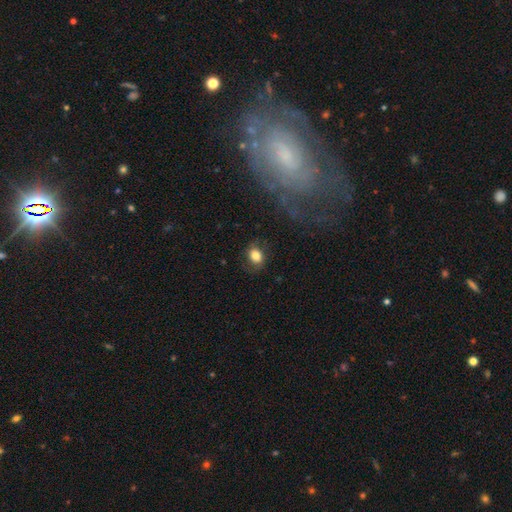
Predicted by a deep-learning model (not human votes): Morphology: type=smooth (78%); roundness=in between (57%); merging=none (73%).